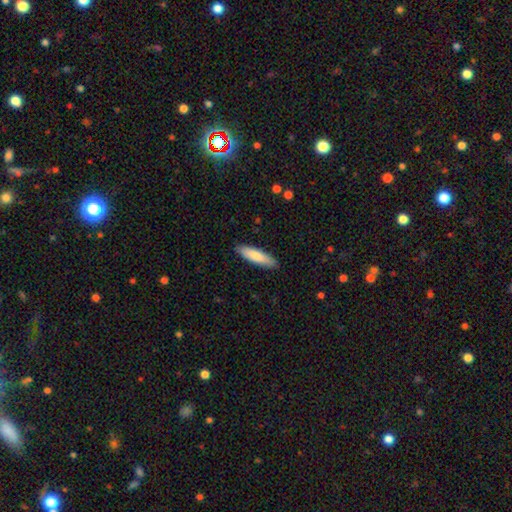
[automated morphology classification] Q: Smooth or featured?
A: smooth (77%); runner-up: featured or disk (17%)
Q: How rounded?
A: cigar-shaped (67%); runner-up: in between (32%)
Q: Merging?
A: none (88%); runner-up: minor disturbance (9%)